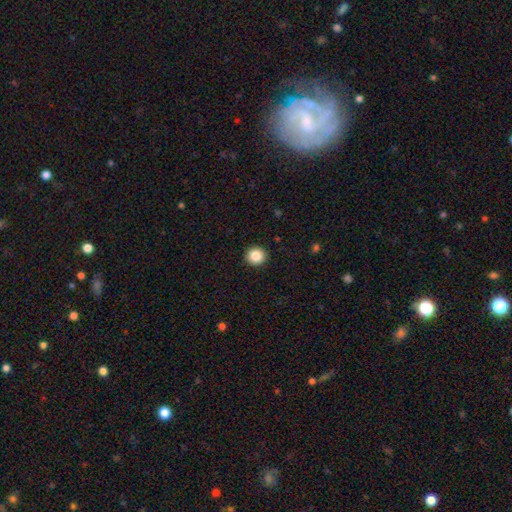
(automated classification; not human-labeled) This is clearly a smooth galaxy (85%). How rounded: clearly round (94%). Merging: clearly none (93%).